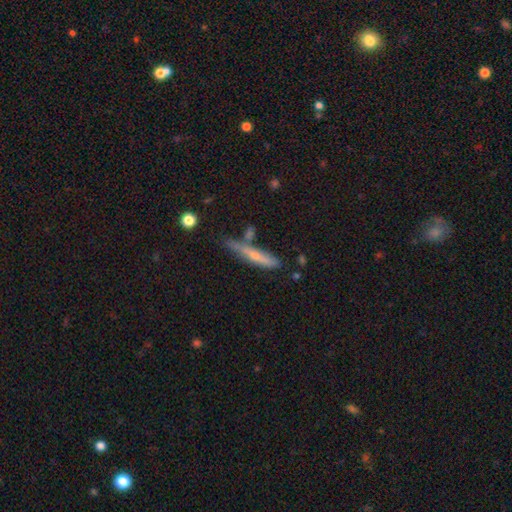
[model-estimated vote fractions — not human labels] A smooth galaxy with no disk features (56%) that is cigar-shaped (90%). Merging: none (62%).